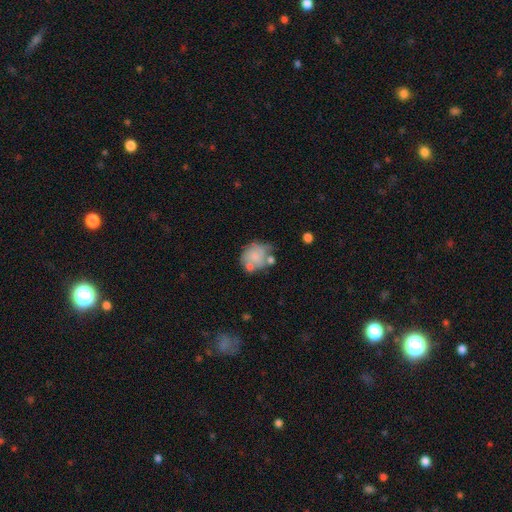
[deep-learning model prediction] This appears to be a smooth galaxy with no disk features (52%) that is round (67%). Merging: none (37%).